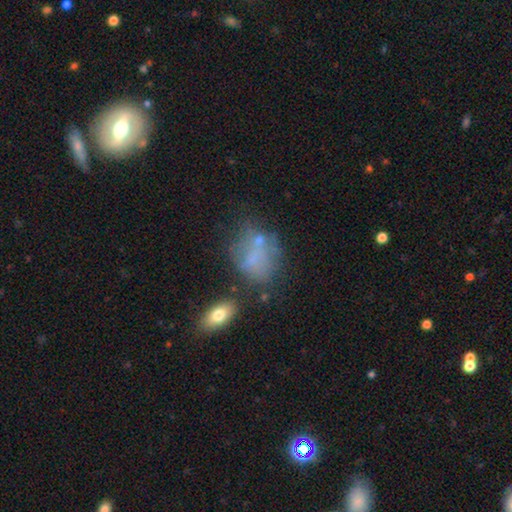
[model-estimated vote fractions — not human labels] A smooth galaxy with no disk features (51%) that is in between round and cigar-shaped (68%). Merging: none (42%).